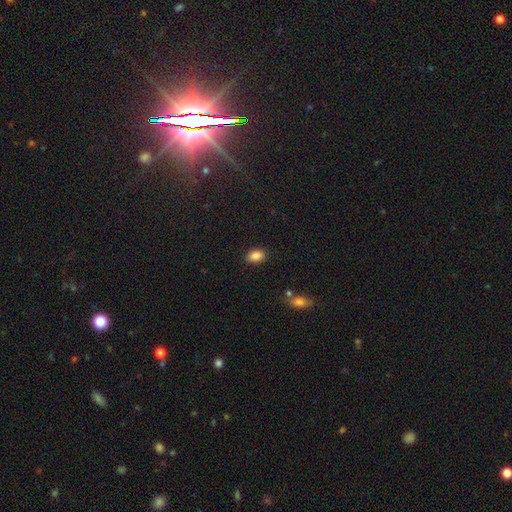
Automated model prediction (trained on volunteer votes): smooth-or-featured: smooth: 87% | star or artifact: 9% | featured or disk: 4%
  how-rounded: in between: 82% | round: 17% | cigar-shaped: 1%
  merging: none: 87% | minor disturbance: 9% | major disturbance: 2% | merger: 2%